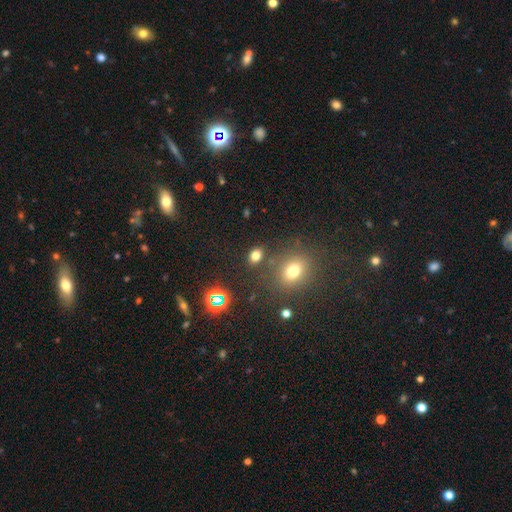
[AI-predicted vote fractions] Smooth or featured? smooth (72%)
How rounded? in between (65%)
Merging? none (78%)